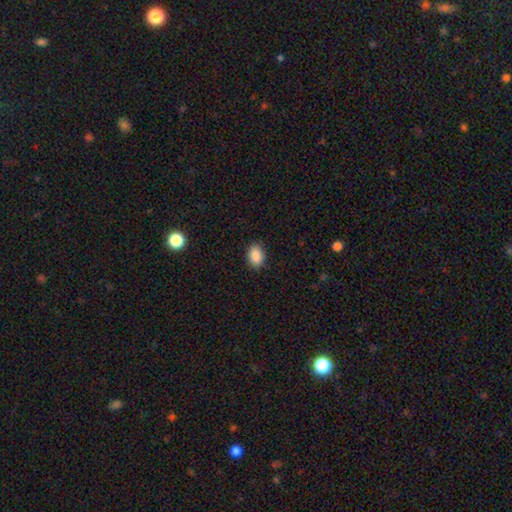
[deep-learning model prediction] smooth-or-featured: smooth: 89% | star or artifact: 8% | featured or disk: 3%
  how-rounded: in between: 82% | round: 17% | cigar-shaped: 1%
  merging: none: 88% | minor disturbance: 9% | major disturbance: 2% | merger: 1%